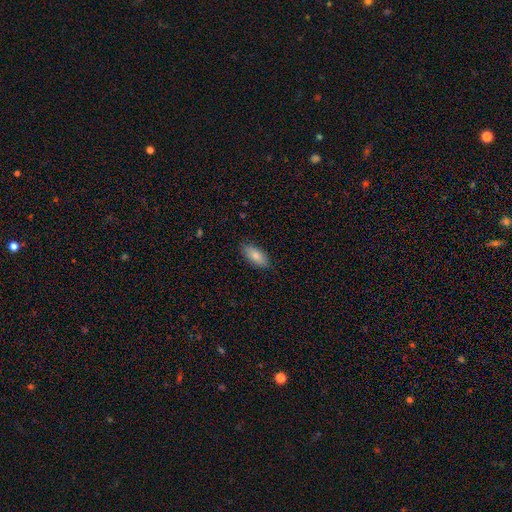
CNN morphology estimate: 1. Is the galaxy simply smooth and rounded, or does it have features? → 84% smooth, 9% featured or disk, 6% star or artifact.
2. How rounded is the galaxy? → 86% in between, 12% cigar-shaped, 2% round.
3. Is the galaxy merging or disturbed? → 85% none, 11% minor disturbance, 2% major disturbance, 1% merger.